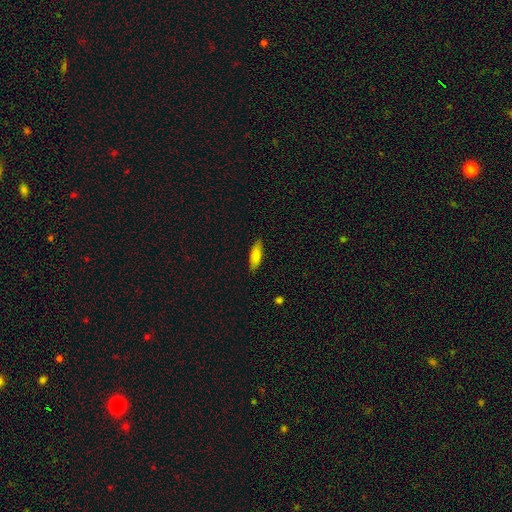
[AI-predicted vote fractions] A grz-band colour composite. It shows a smooth galaxy with no disk features (81%) that is in between round and cigar-shaped (51%). Merging: none (87%).